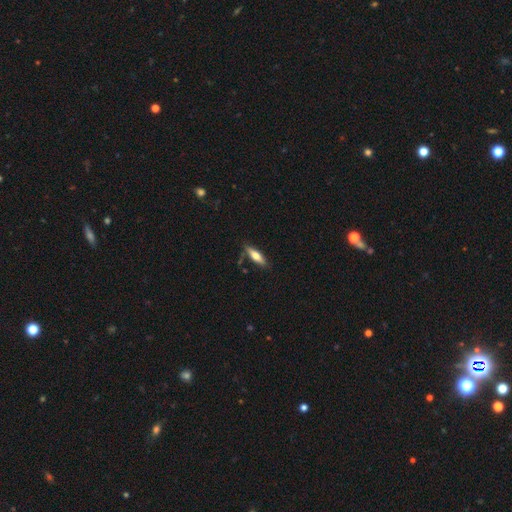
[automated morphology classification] type=smooth (57%); roundness=cigar-shaped (59%); merging=none (81%).